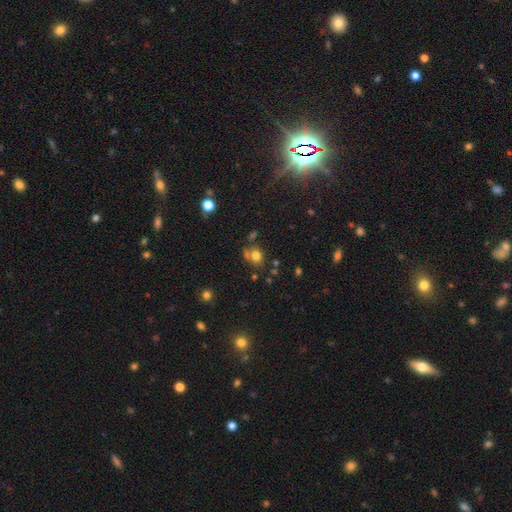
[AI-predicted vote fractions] Q: Smooth or featured?
A: smooth (73%); runner-up: star or artifact (16%)
Q: How rounded?
A: round (59%); runner-up: in between (40%)
Q: Merging?
A: none (57%); runner-up: merger (19%)